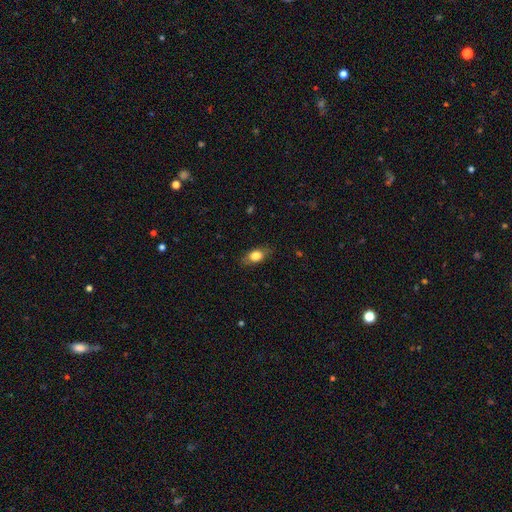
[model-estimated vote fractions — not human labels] The model was most divided on "smooth or featured": smooth: 75%, featured or disk: 17%, star or artifact: 8%. More confident: merging — none (81%); how rounded — in between (80%).